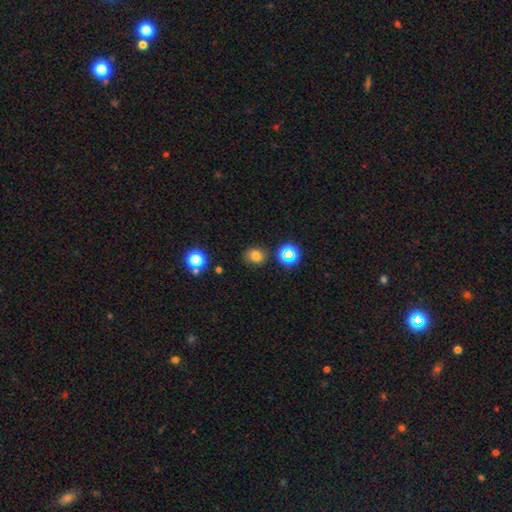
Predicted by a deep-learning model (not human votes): Smooth or featured? Predicted: smooth (p=0.74). How rounded? Predicted: round (p=0.71). Merging? Predicted: none (p=0.77).